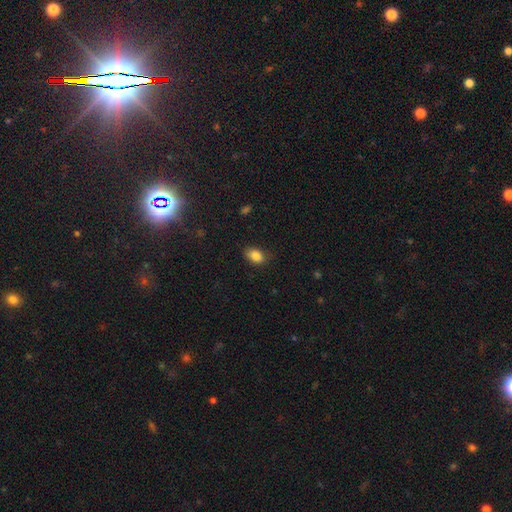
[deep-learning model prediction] The model was most divided on "merging": none: 79%, minor disturbance: 17%, major disturbance: 4%, merger: 1%. More confident: smooth or featured — smooth (86%); how rounded — in between (84%).